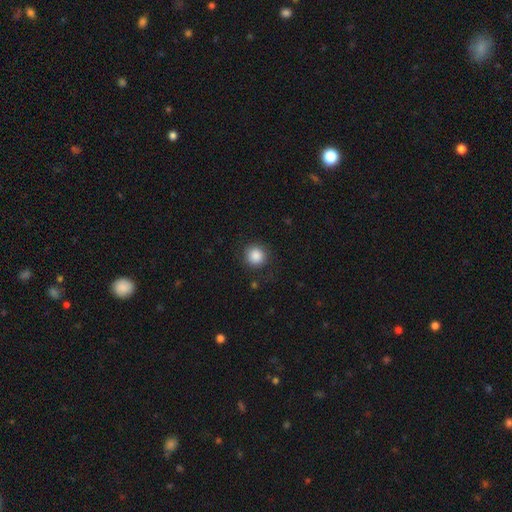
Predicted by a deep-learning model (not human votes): Smooth or featured?
  - smooth: 87% *
  - star or artifact: 9%
  - featured or disk: 4%
How rounded?
  - round: 93% *
  - in between: 6%
  - cigar-shaped: 1%
Merging?
  - none: 86% *
  - minor disturbance: 10%
  - major disturbance: 4%
  - merger: 1%